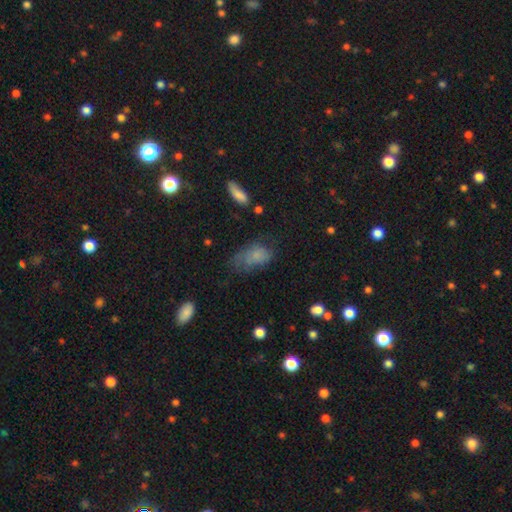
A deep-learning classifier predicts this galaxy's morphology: Q: Smooth or featured?
A: smooth (71%); runner-up: featured or disk (18%)
Q: How rounded?
A: in between (88%); runner-up: round (8%)
Q: Merging?
A: none (36%); runner-up: minor disturbance (32%)